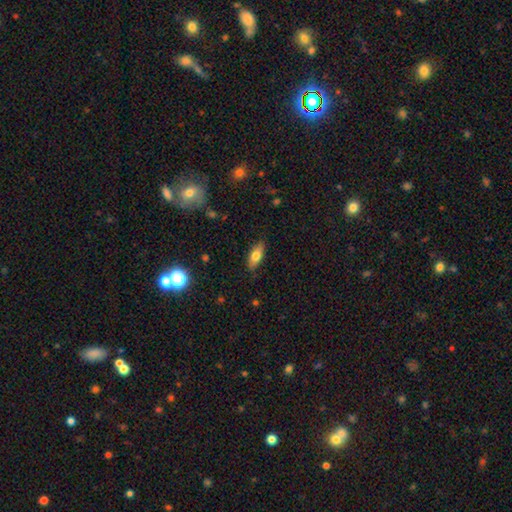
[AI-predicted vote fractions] Smooth or featured? Predicted: smooth (p=0.73). How rounded? Predicted: in between (p=0.79). Merging? Predicted: none (p=0.85).